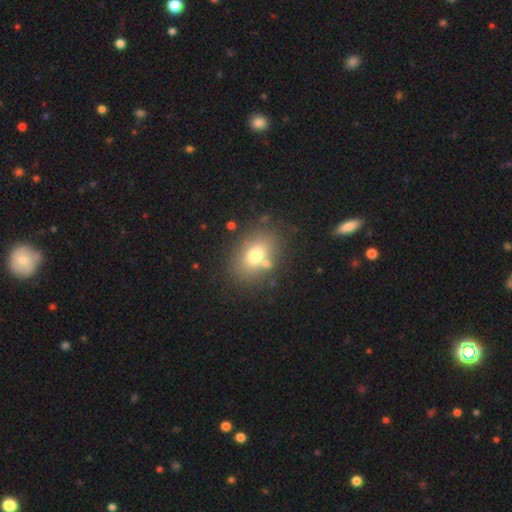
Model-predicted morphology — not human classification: Overall: smooth (72%). How rounded: in between (74%). Merging: none (72%).